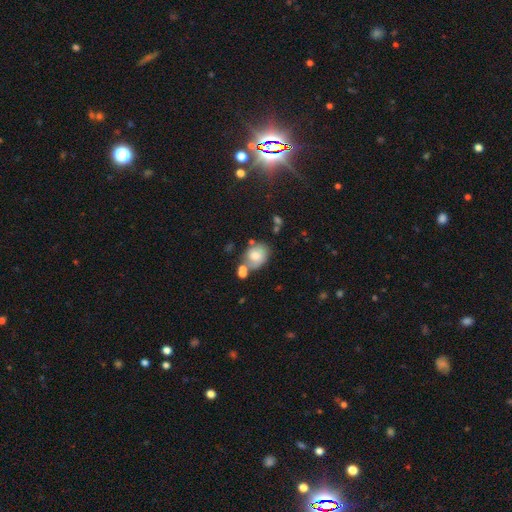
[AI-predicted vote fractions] Smooth or featured? Predicted: smooth (p=0.74). How rounded? Predicted: in between (p=0.54). Merging? Predicted: none (p=0.53).